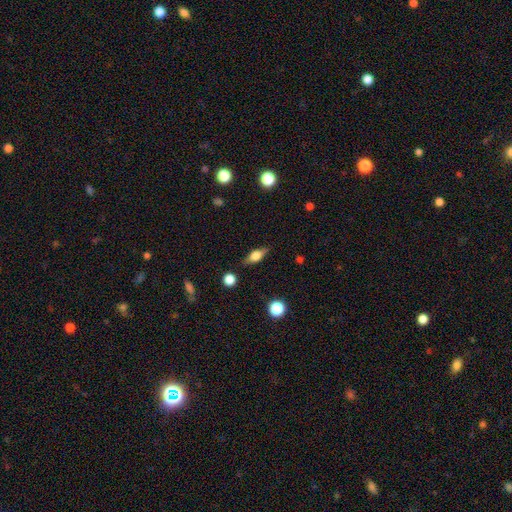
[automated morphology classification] This is possibly a smooth galaxy (47%). Merging: clearly none (85%).